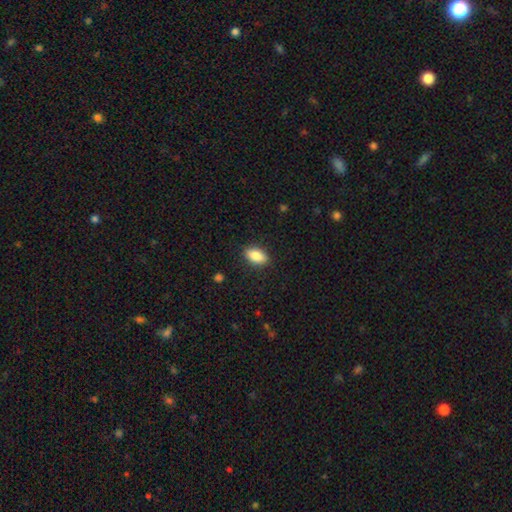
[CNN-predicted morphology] Smooth or featured: smooth — 87% (star or artifact — 7%)
How rounded: in between — 91% (round — 6%)
Merging: none — 88% (minor disturbance — 9%)